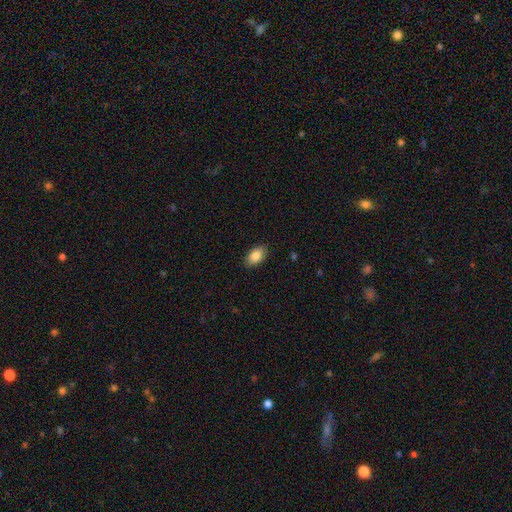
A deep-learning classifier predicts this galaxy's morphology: Smooth or featured: smooth — 86% (star or artifact — 7%)
How rounded: in between — 92% (round — 6%)
Merging: none — 87% (minor disturbance — 10%)